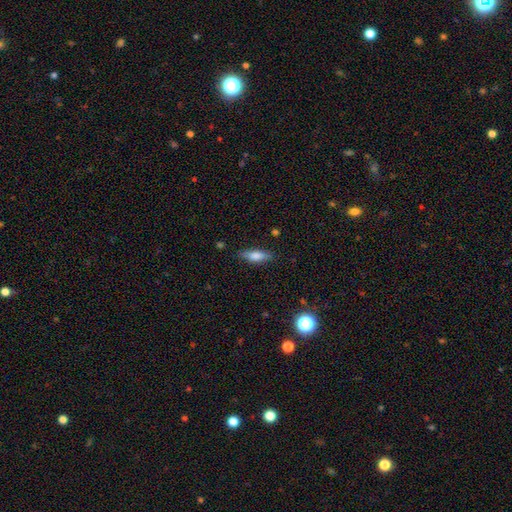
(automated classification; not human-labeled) This is likely a smooth galaxy (72%). How rounded: possibly in between (52%). Merging: clearly none (83%).